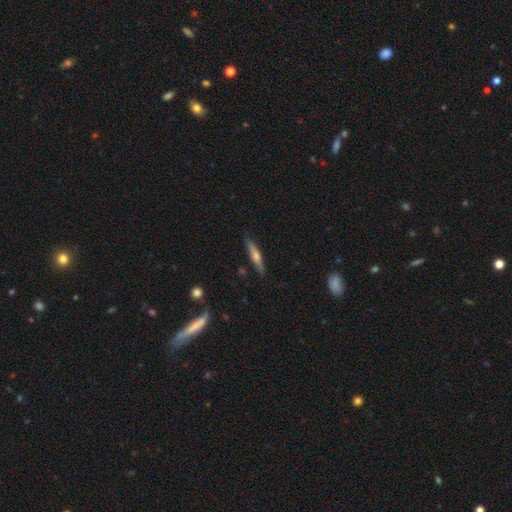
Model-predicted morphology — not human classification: This is possibly a featured or disk galaxy (55%). It is clearly viewed edge-on (95%). Edge-on bulge: likely rounded (79%). Merging: clearly none (85%).